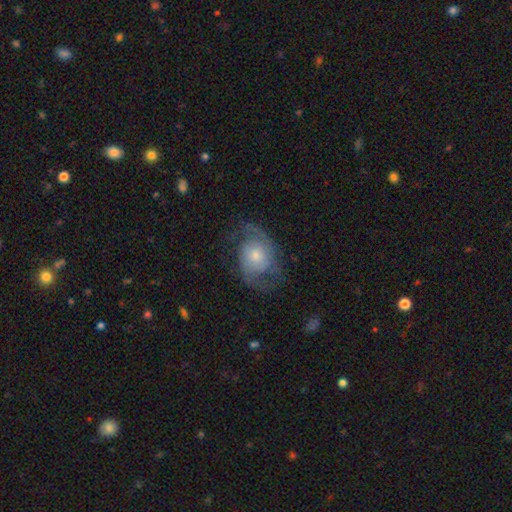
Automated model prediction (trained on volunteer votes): Q: Smooth or featured?
A: featured or disk (74%); runner-up: smooth (19%)
Q: Edge-on disk?
A: no (97%); runner-up: yes (3%)
Q: Bar?
A: no (73%); runner-up: weak (23%)
Q: Spiral arms?
A: yes (90%); runner-up: no (10%)
Q: Spiral winding?
A: medium (47%); runner-up: loose (33%)
Q: Spiral arm count?
A: 2 (83%); runner-up: can't tell (8%)
Q: Bulge size?
A: moderate (45%); runner-up: small (43%)
Q: Merging?
A: none (63%); runner-up: minor disturbance (19%)